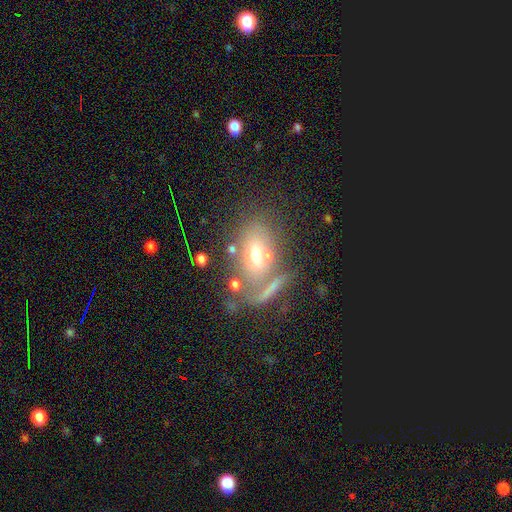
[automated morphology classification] Smooth or featured?
  - smooth: 60% *
  - featured or disk: 28%
  - star or artifact: 13%
How rounded?
  - in between: 78% *
  - round: 18%
  - cigar-shaped: 4%
Merging?
  - none: 55% *
  - merger: 18%
  - minor disturbance: 16%
  - major disturbance: 11%